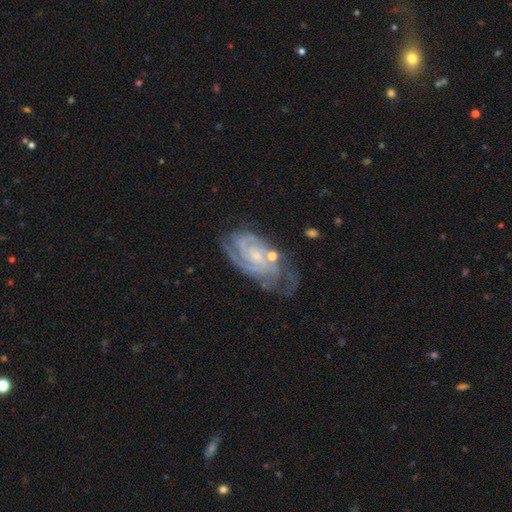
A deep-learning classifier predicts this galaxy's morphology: A featured or disk galaxy (85%) with no bar (59%), 2 (36%) tight (66%) spiral arms (96%) and a small central bulge (68%).

Vote fractions:
- Smooth or featured? featured or disk: 85% / smooth: 8% / star or artifact: 7%
- Edge-on disk? no: 97% / yes: 3%
- Bar? no: 59% / weak: 33% / strong: 8%
- Spiral arms? yes: 96% / no: 4%
- Spiral winding? tight: 66% / medium: 28% / loose: 5%
- Spiral arm count? 2: 36% / 3: 23% / can't tell: 23% / 4: 8% / 1: 5% / more than 4: 5%
- Bulge size? small: 68% / moderate: 17% / none: 12% / large: 1% / dominant: 1%
- Merging? none: 59% / minor disturbance: 22% / major disturbance: 13% / merger: 6%